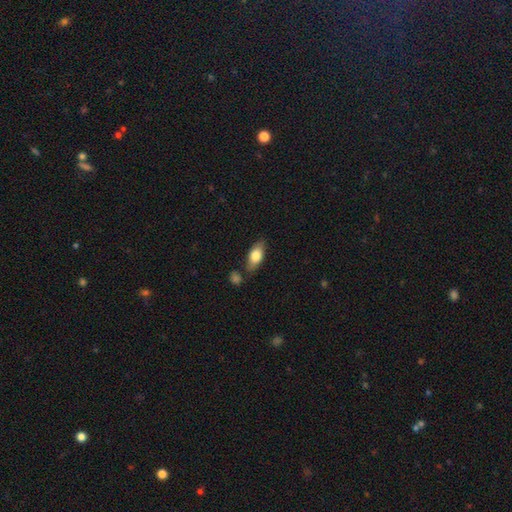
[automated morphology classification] Smooth or featured?
  - smooth: 75% *
  - featured or disk: 19%
  - star or artifact: 6%
How rounded?
  - in between: 85% *
  - cigar-shaped: 11%
  - round: 4%
Merging?
  - none: 74% *
  - minor disturbance: 15%
  - merger: 8%
  - major disturbance: 3%